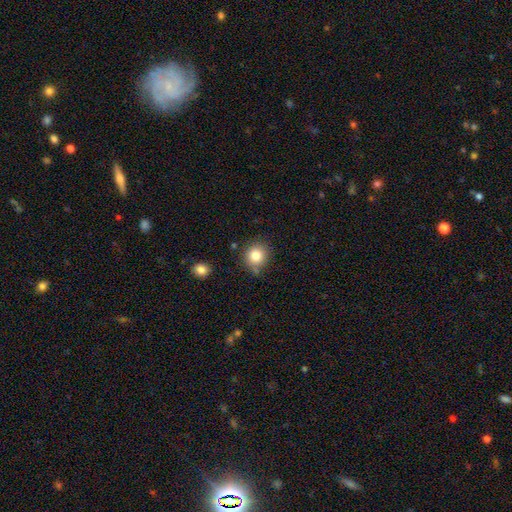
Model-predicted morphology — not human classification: A smooth galaxy with no disk features (82%) that is round (88%).

Vote fractions:
- Smooth or featured? smooth: 82% / star or artifact: 10% / featured or disk: 7%
- How rounded? round: 88% / in between: 11% / cigar-shaped: 1%
- Merging? none: 78% / minor disturbance: 13% / merger: 5% / major disturbance: 3%